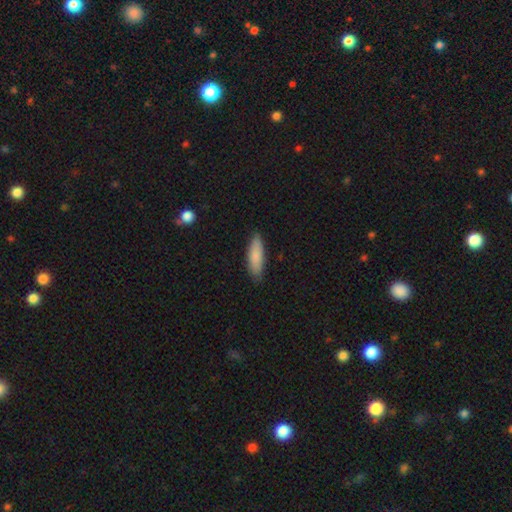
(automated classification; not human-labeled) This is clearly a smooth galaxy (85%). How rounded: possibly in between (51%). Merging: clearly none (83%).